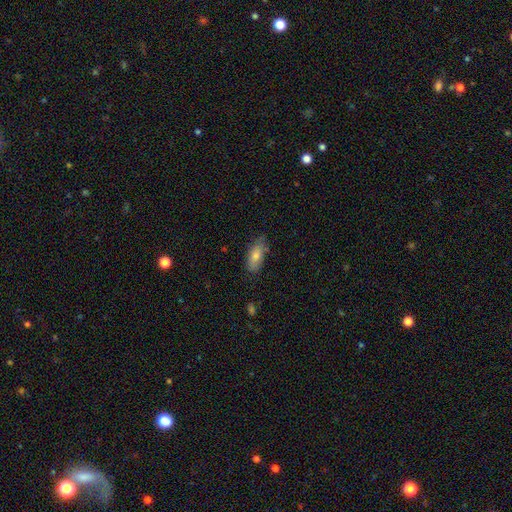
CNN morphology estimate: Smooth or featured: smooth — 72% (featured or disk — 20%)
How rounded: in between — 80% (cigar-shaped — 17%)
Merging: none — 75% (minor disturbance — 20%)